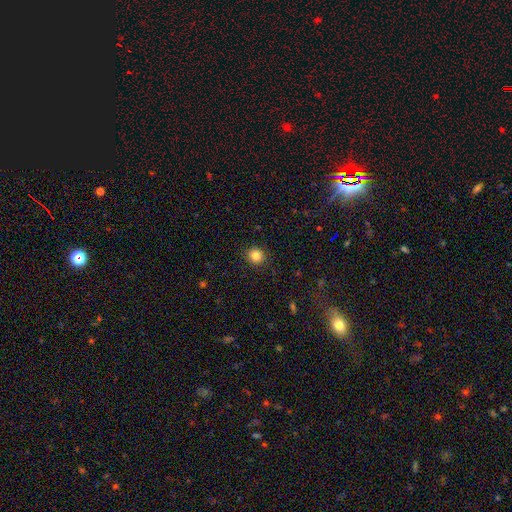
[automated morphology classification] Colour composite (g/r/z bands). It shows a smooth galaxy with no disk features (84%) that is round (89%). Merging: none (90%).